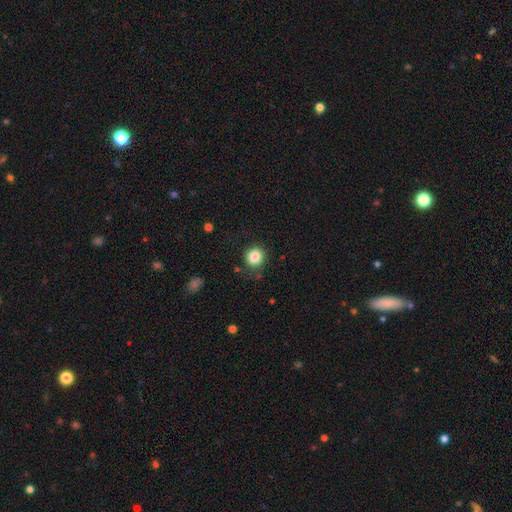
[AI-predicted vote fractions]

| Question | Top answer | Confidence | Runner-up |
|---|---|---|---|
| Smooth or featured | smooth | 85% | star or artifact (10%) |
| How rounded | round | 89% | in between (10%) |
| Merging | none | 82% | minor disturbance (12%) |